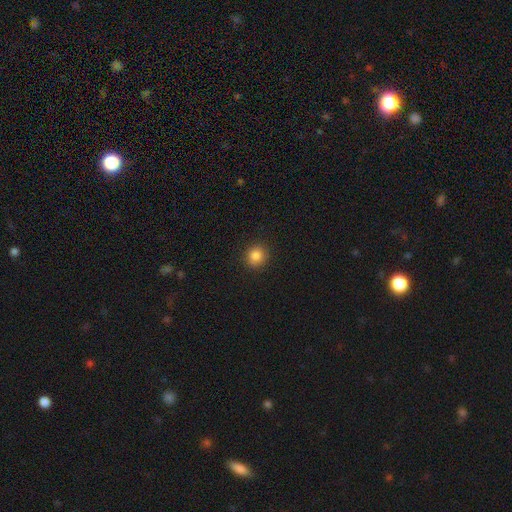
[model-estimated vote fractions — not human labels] A smooth galaxy with no disk features (84%) that is round (86%).

Vote fractions:
- Smooth or featured? smooth: 84% / star or artifact: 11% / featured or disk: 4%
- How rounded? round: 86% / in between: 13% / cigar-shaped: 1%
- Merging? none: 90% / minor disturbance: 7% / major disturbance: 2% / merger: 1%